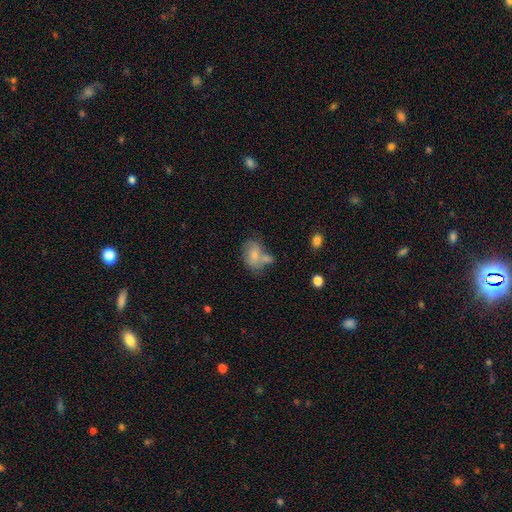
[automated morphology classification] The model was most divided on "merging": merger: 37%, none: 33%, minor disturbance: 20%, major disturbance: 10%. More confident: how rounded — in between (77%); smooth or featured — smooth (72%).